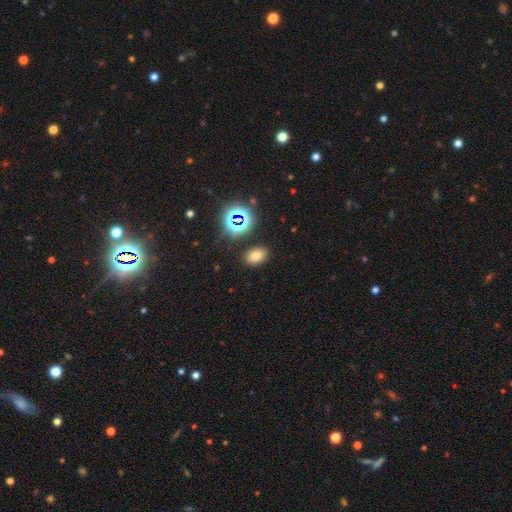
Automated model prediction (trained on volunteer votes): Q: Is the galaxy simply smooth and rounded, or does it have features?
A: smooth — 68%.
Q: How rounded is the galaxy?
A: in between — 79%.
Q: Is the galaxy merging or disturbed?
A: none — 86%.